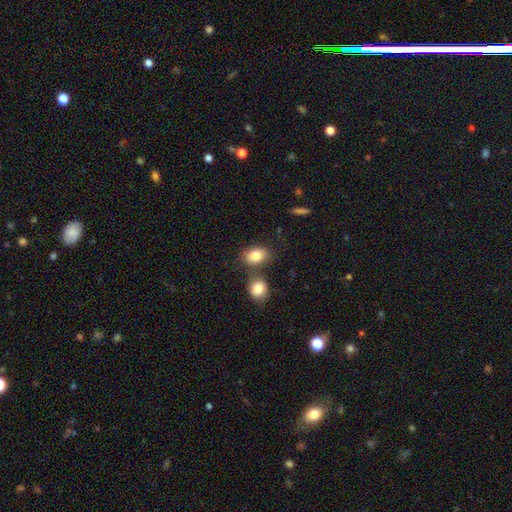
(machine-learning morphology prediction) Overall: smooth (82%). How rounded: in between (78%). Merging: none (58%; merger 26%).